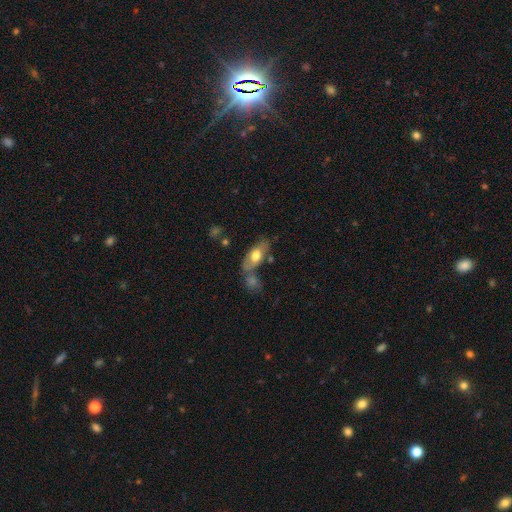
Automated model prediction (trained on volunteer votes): Overall: smooth (61%; featured or disk 33%). How rounded: in between (83%). Merging: none (58%; merger 21%).